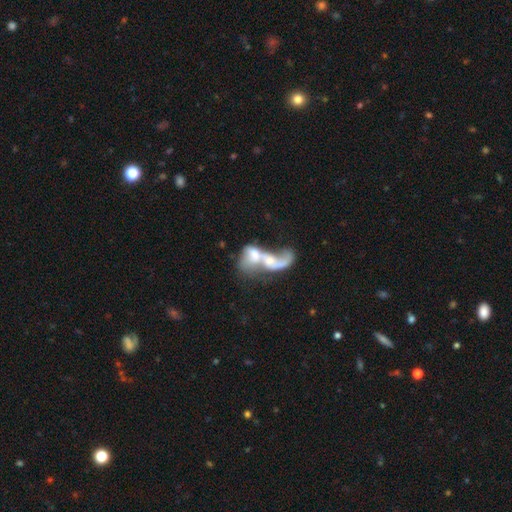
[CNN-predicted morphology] smooth-or-featured: featured or disk: 64% | smooth: 28% | star or artifact: 8%
  disk-edge-on: no: 95% | yes: 5%
    bar: no: 66% | weak: 25% | strong: 8%
    has-spiral-arms: yes: 60% | no: 40%
    bulge-size: moderate: 43% | small: 30% | none: 15% | large: 9% | dominant: 2%
  merging: merger: 77% | major disturbance: 12% | none: 7% | minor disturbance: 4%